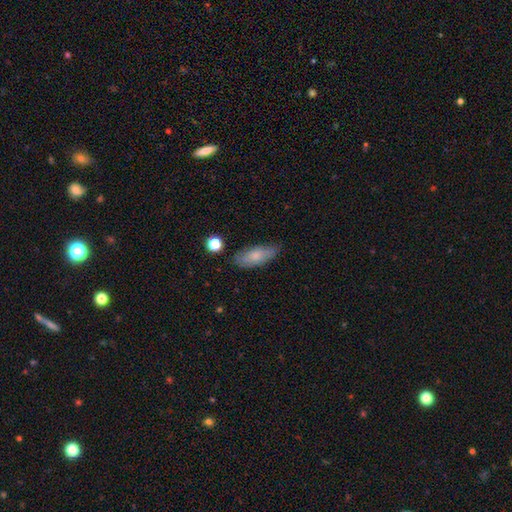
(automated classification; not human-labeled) The model was most divided on "merging": none: 73%, minor disturbance: 20%, major disturbance: 4%, merger: 2%. More confident: how rounded — in between (79%); smooth or featured — smooth (75%).